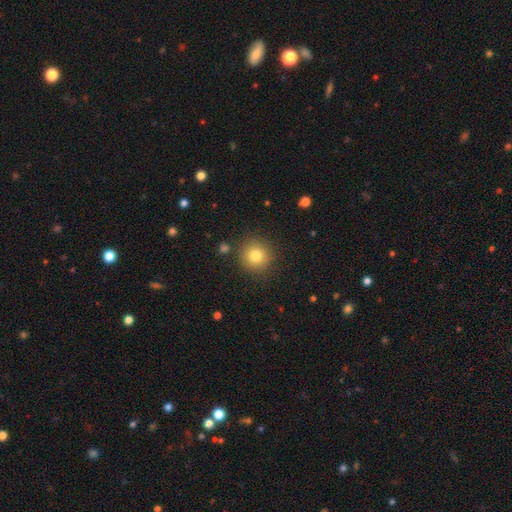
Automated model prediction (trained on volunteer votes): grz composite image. It shows a smooth galaxy with no disk features (80%) that is round (94%). Merging: none (87%).